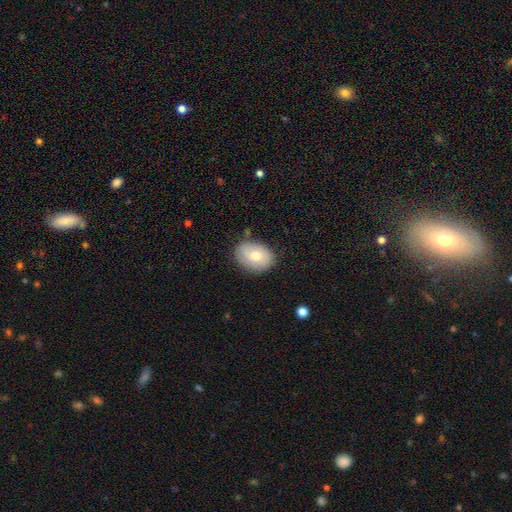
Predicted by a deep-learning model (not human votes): smooth_or_featured: smooth (p=0.74) [alt: featured or disk p=0.20]
how_rounded: in between (p=0.77) [alt: round p=0.22]
merging: none (p=0.80) [alt: minor disturbance p=0.15]